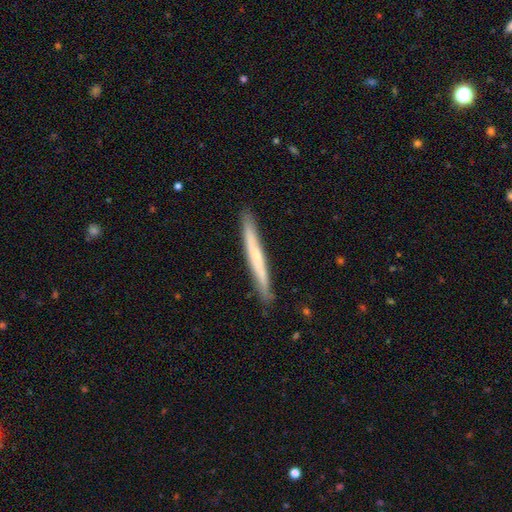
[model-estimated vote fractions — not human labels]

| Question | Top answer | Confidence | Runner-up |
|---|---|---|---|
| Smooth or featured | featured or disk | 47% | tied: smooth (47%) |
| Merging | none | 89% | minor disturbance (9%) |